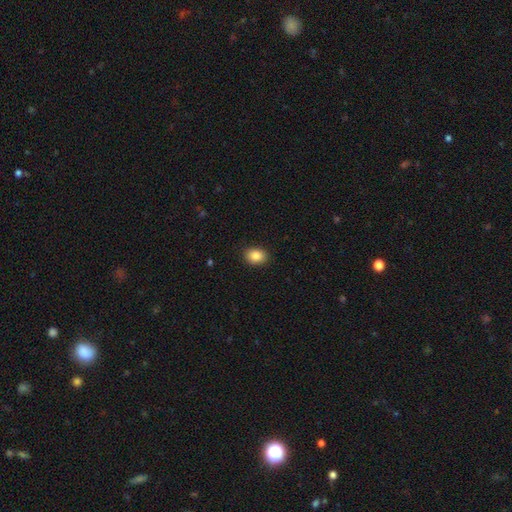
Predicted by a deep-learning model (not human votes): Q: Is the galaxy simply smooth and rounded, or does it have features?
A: smooth — 87%.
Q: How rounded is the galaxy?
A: in between — 67%.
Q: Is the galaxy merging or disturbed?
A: none — 89%.